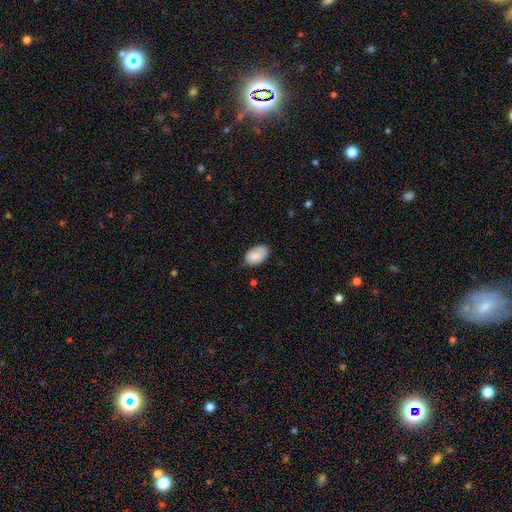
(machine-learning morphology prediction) Q: Smooth or featured?
A: smooth (84%); runner-up: featured or disk (9%)
Q: How rounded?
A: in between (92%); runner-up: round (7%)
Q: Merging?
A: none (70%); runner-up: minor disturbance (25%)